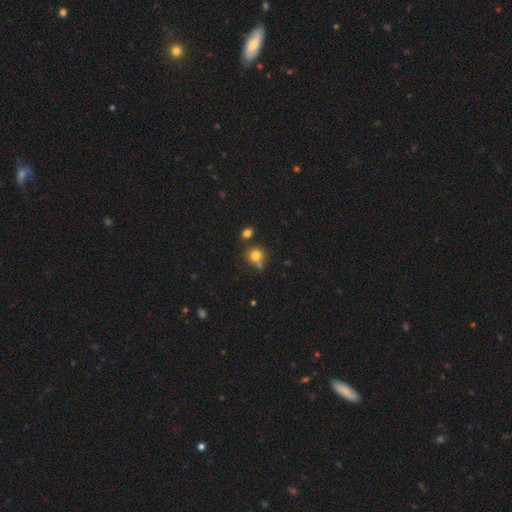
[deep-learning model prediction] A smooth galaxy with no disk features (78%) that is round (83%). Merging: none (58%).